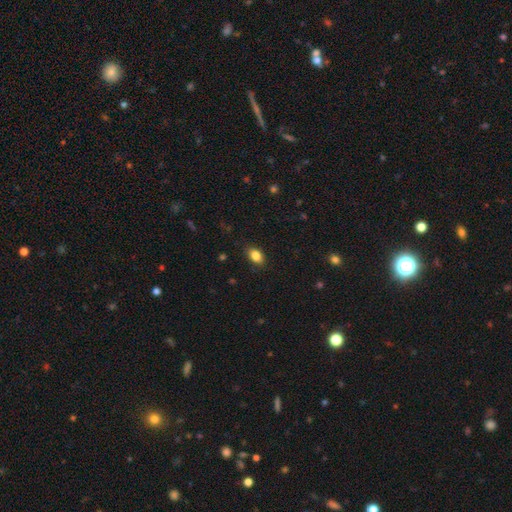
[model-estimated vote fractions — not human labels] This is clearly a smooth galaxy (85%). How rounded: clearly in between (85%). Merging: clearly none (84%).